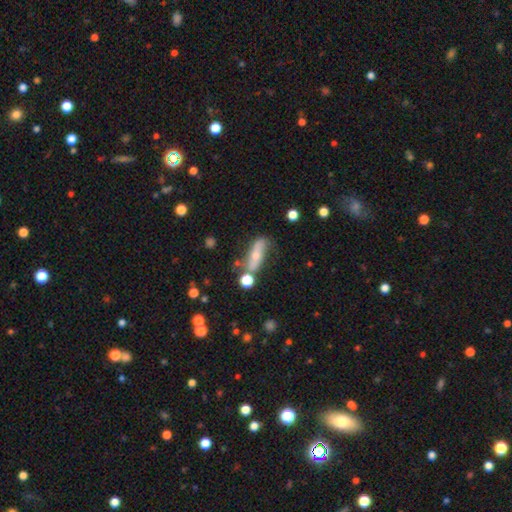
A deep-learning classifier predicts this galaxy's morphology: Q: Smooth or featured?
A: featured or disk (46%); runner-up: smooth (45%)
Q: Merging?
A: none (58%); runner-up: minor disturbance (23%)